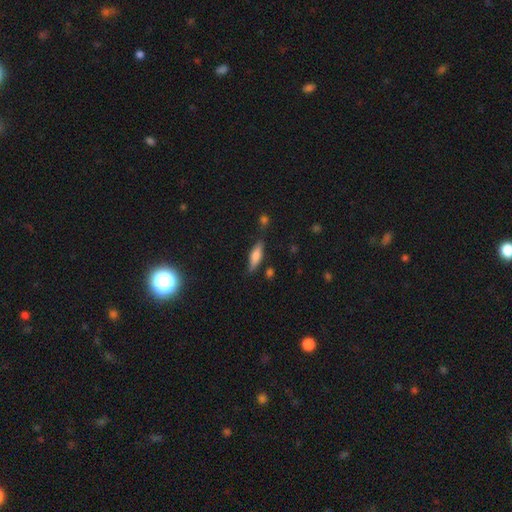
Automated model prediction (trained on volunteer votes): Q: Smooth or featured?
A: smooth (65%); runner-up: featured or disk (27%)
Q: How rounded?
A: cigar-shaped (54%); runner-up: in between (44%)
Q: Merging?
A: none (73%); runner-up: minor disturbance (18%)